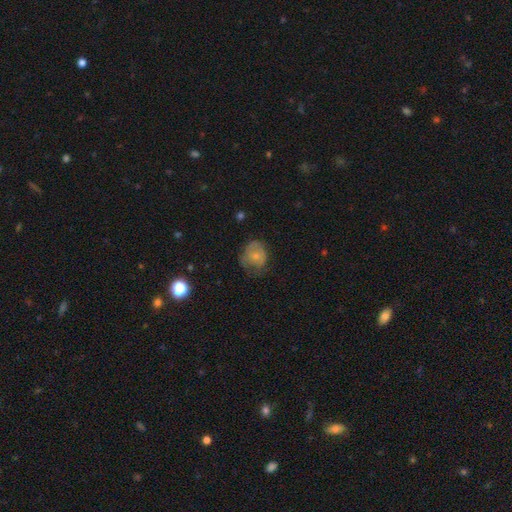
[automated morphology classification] Smooth or featured?
  - smooth: 63% *
  - featured or disk: 28%
  - star or artifact: 9%
How rounded?
  - round: 64% *
  - in between: 35%
  - cigar-shaped: 1%
Merging?
  - none: 46% *
  - minor disturbance: 32%
  - major disturbance: 20%
  - merger: 2%